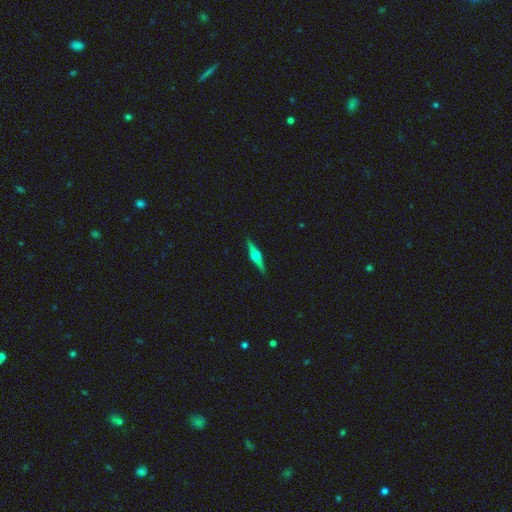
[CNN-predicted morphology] Smooth or featured? Predicted: featured or disk (p=0.75). Edge-on disk? Predicted: yes (p=0.98). Edge-on bulge? Predicted: rounded (p=0.93). Merging? Predicted: none (p=0.92).